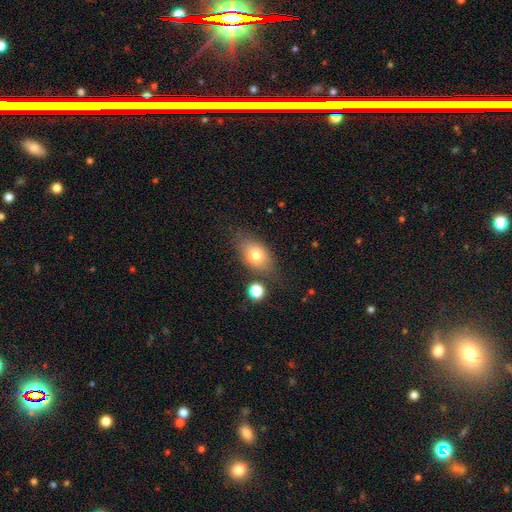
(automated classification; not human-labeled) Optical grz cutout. It shows a smooth galaxy with no disk features (77%) that is in between round and cigar-shaped (84%). Merging: none (68%).